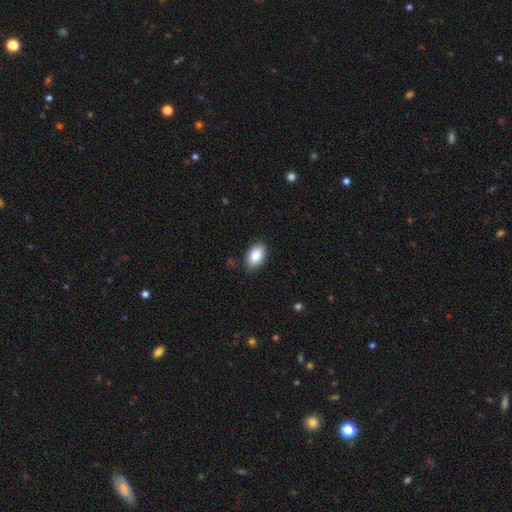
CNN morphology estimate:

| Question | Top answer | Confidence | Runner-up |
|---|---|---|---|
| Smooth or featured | smooth | 87% | star or artifact (7%) |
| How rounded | in between | 91% | round (8%) |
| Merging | none | 85% | minor disturbance (11%) |